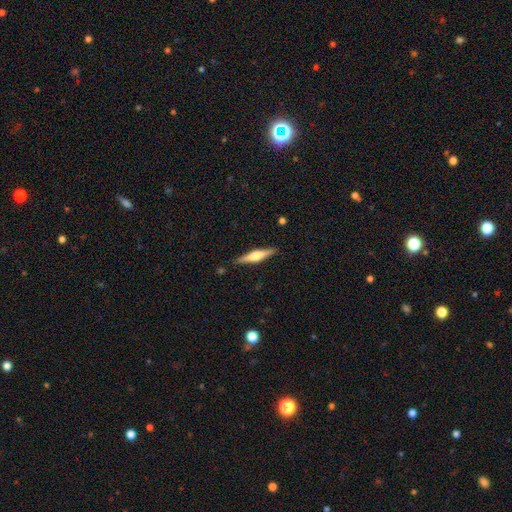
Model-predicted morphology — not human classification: A featured or disk galaxy (64%) viewed edge-on (97%) with a rounded central bulge (85%). Merging: none (89%).